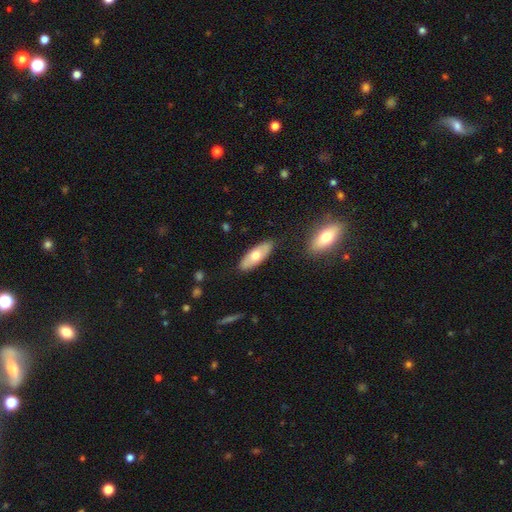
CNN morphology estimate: The model was most divided on "smooth or featured": smooth: 60%, featured or disk: 35%, star or artifact: 6%. More confident: merging — none (85%); how rounded — in between (76%).